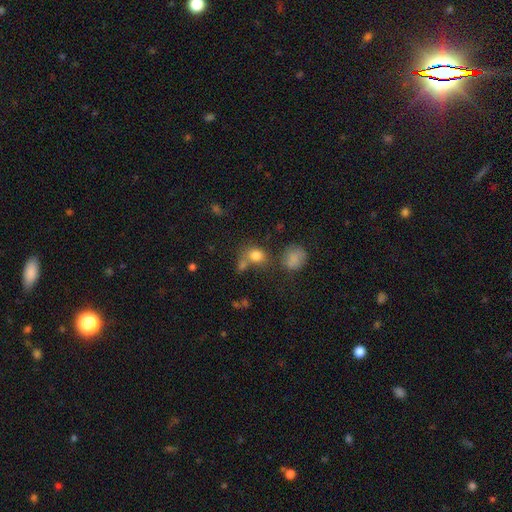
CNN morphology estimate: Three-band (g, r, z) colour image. It shows a smooth galaxy with no disk features (79%) that is round (58%). Merging: none (53%).